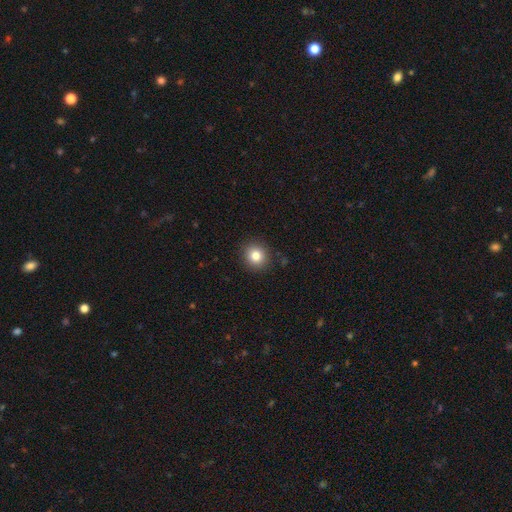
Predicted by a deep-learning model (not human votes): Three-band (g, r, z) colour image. It shows a smooth galaxy with no disk features (82%) that is round (89%). Merging: none (90%).